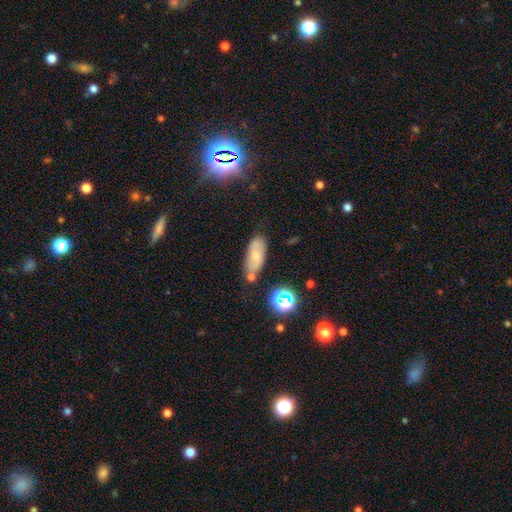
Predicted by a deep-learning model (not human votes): Smooth or featured?
  - smooth: 59% *
  - featured or disk: 29%
  - star or artifact: 12%
How rounded?
  - in between: 79% *
  - cigar-shaped: 16%
  - round: 5%
Merging?
  - none: 63% *
  - minor disturbance: 20%
  - merger: 12%
  - major disturbance: 5%